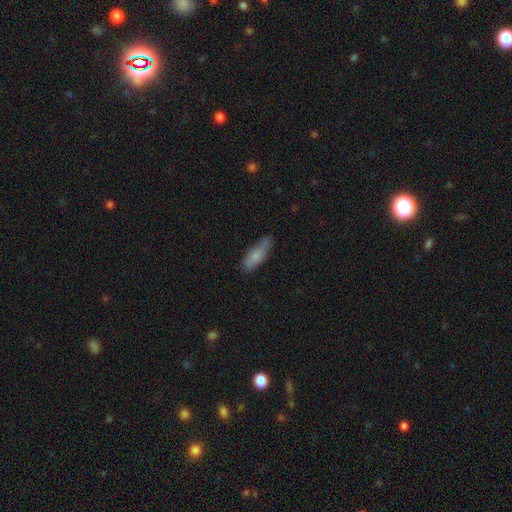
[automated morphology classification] The model was most divided on "how rounded": in between: 50%, cigar-shaped: 48%, round: 2%. More confident: smooth or featured — smooth (78%); merging — none (74%).